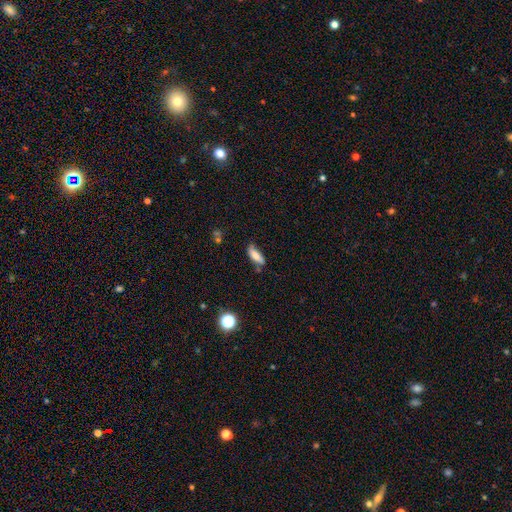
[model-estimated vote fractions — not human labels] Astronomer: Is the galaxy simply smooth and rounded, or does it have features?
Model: smooth — 74%.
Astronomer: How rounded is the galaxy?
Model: in between — 64%.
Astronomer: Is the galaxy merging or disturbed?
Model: none — 62%.